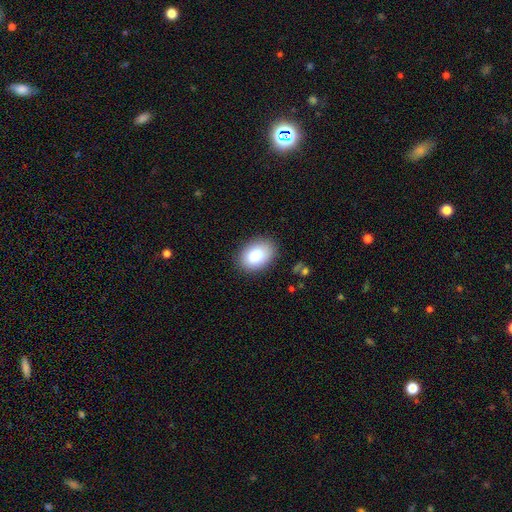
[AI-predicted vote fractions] Smooth or featured?
  - smooth: 83% *
  - featured or disk: 9%
  - star or artifact: 8%
How rounded?
  - in between: 78% *
  - round: 21%
  - cigar-shaped: 1%
Merging?
  - none: 87% *
  - minor disturbance: 9%
  - major disturbance: 3%
  - merger: 1%